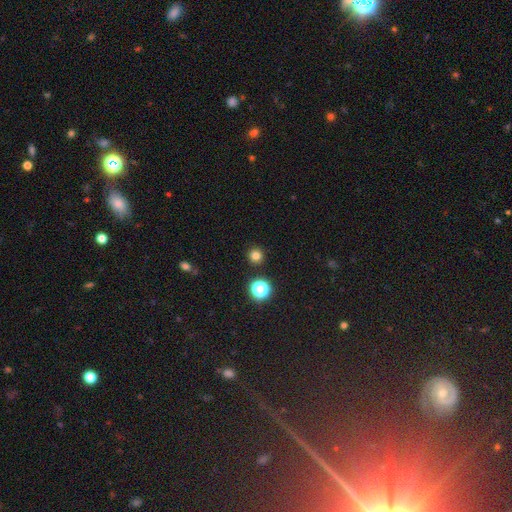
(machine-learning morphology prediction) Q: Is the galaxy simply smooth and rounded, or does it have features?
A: smooth — 79%.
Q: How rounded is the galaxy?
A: round — 95%.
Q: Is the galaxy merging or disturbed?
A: none — 92%.